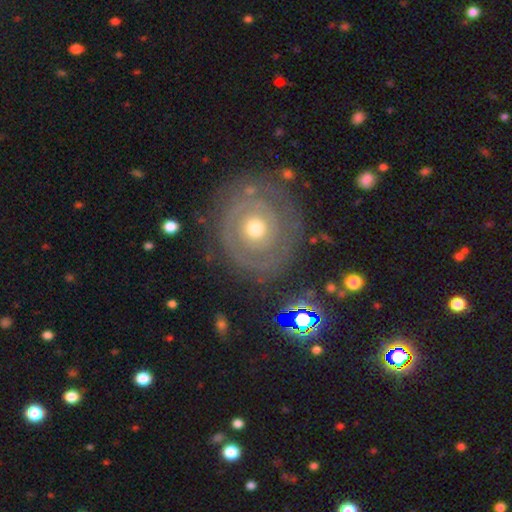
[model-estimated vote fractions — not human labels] smooth-or-featured: featured or disk: 65% | smooth: 21% | star or artifact: 14%
  disk-edge-on: no: 96% | yes: 4%
    bar: no: 79% | weak: 16% | strong: 5%
    has-spiral-arms: yes: 71% | no: 29%
    bulge-size: moderate: 55% | small: 39% | large: 3% | dominant: 1% | none: 1%
  merging: none: 82% | minor disturbance: 11% | major disturbance: 5% | merger: 2%